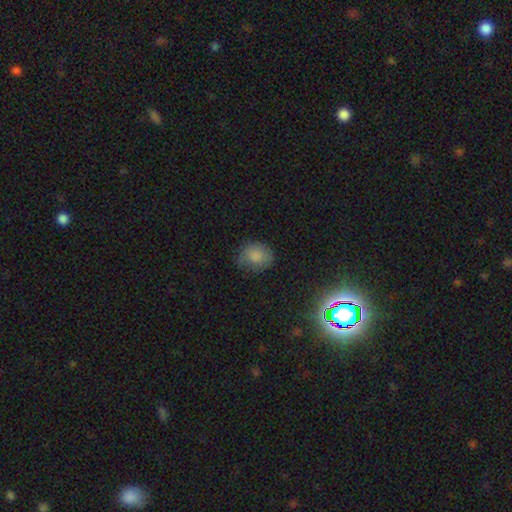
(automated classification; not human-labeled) A smooth galaxy with no disk features (80%) that is round (59%). Merging: none (68%).